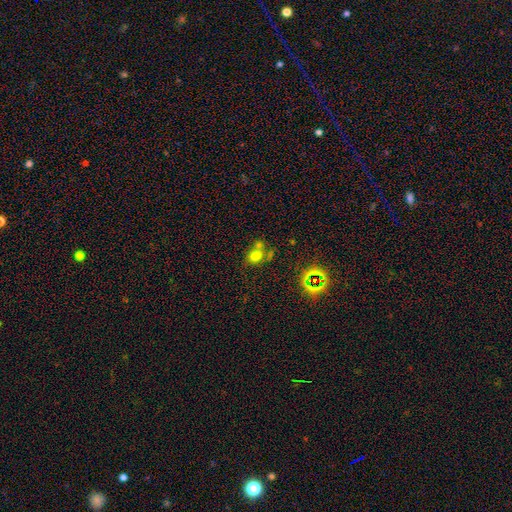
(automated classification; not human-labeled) Smooth or featured: smooth — 70% (star or artifact — 19%)
How rounded: round — 63% (in between — 36%)
Merging: none — 50% (merger — 30%)